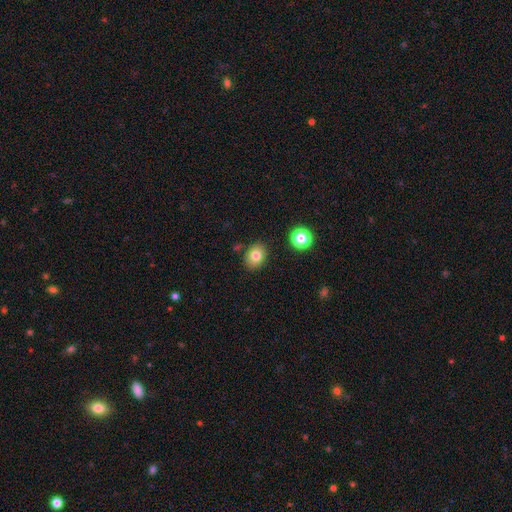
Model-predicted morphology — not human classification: A smooth galaxy with no disk features (80%) that is in between round and cigar-shaped (58%). Merging: none (85%).